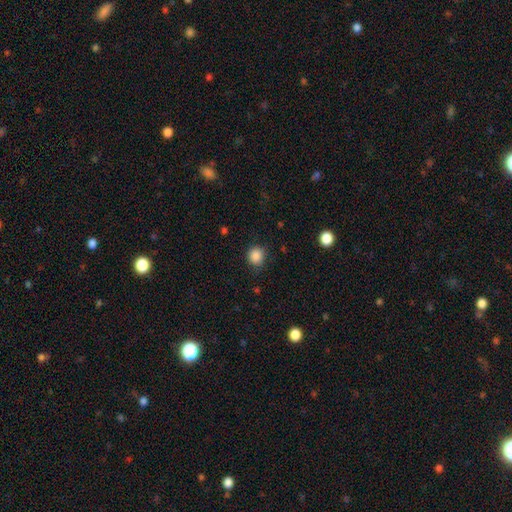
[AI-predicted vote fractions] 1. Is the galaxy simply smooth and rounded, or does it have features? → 87% smooth, 10% star or artifact, 3% featured or disk.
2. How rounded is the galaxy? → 85% round, 14% in between, 1% cigar-shaped.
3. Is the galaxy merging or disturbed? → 83% none, 12% minor disturbance, 3% major disturbance, 1% merger.